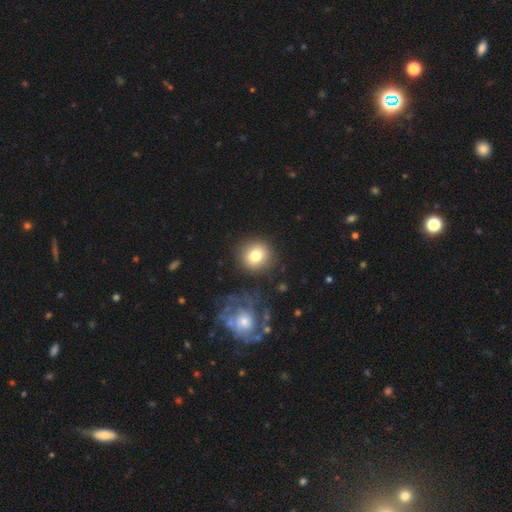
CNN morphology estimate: Q: Smooth or featured?
A: smooth (80%); runner-up: featured or disk (11%)
Q: How rounded?
A: round (90%); runner-up: in between (9%)
Q: Merging?
A: none (84%); runner-up: minor disturbance (8%)